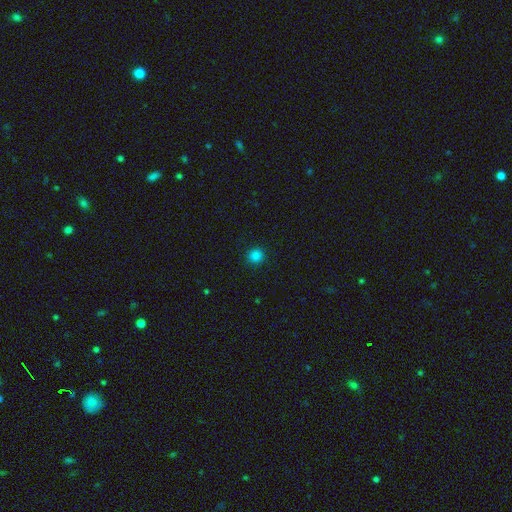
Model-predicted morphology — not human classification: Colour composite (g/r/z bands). It shows a smooth galaxy with no disk features (84%) that is round (94%). Merging: none (92%).